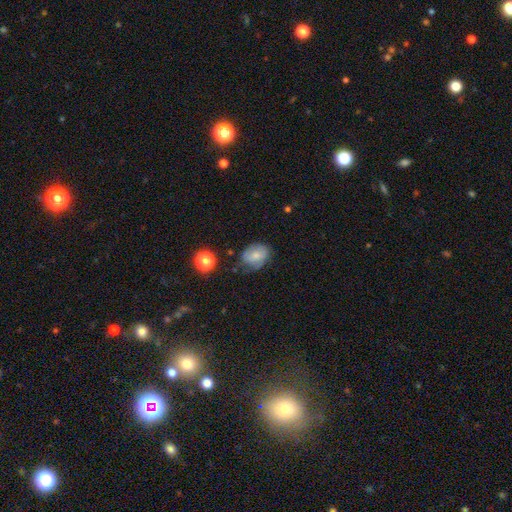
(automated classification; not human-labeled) Smooth or featured: smooth — 62% (featured or disk — 28%)
How rounded: in between — 58% (round — 41%)
Merging: none — 59% (minor disturbance — 30%)